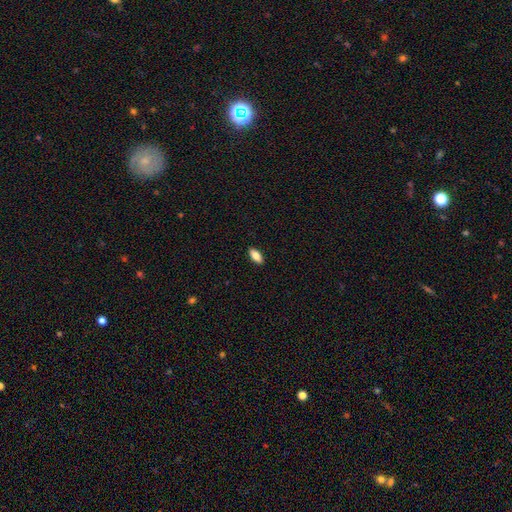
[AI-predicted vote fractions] This is clearly a smooth galaxy (83%). How rounded: clearly in between (87%). Merging: clearly none (90%).